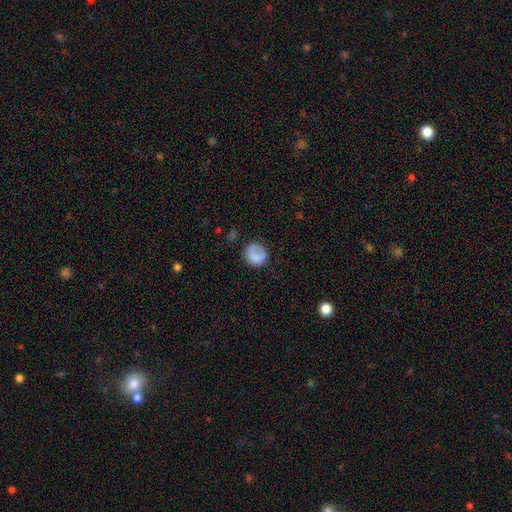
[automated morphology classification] type=smooth (77%); roundness=round (84%); merging=none (66%).